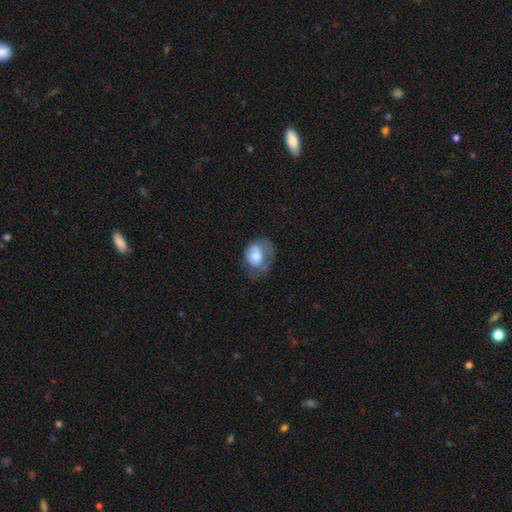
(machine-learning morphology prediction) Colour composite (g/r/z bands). It shows a smooth galaxy with no disk features (69%) that is in between round and cigar-shaped (50%). Merging: major disturbance (37%).